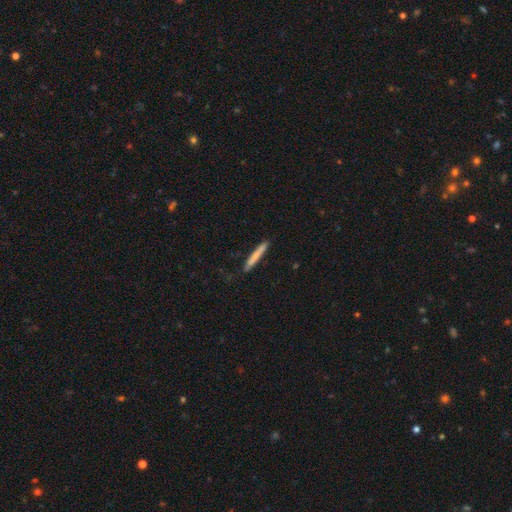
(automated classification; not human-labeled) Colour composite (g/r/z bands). It shows a smooth galaxy with no disk features (73%) that is cigar-shaped (96%). Merging: none (86%).